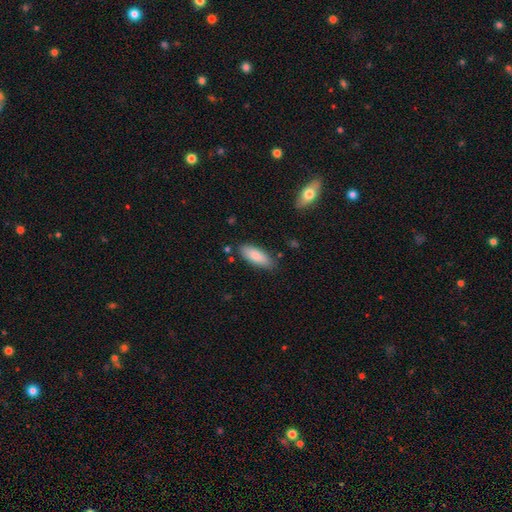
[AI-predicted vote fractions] Overall: smooth (84%). How rounded: in between (76%). Merging: none (81%).